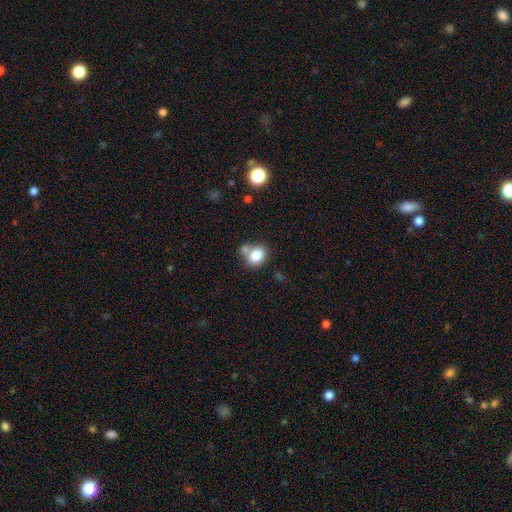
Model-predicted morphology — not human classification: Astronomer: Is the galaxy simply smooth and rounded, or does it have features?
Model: smooth — 83%.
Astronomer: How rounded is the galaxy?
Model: in between — 50% (runner-up: round, 49%).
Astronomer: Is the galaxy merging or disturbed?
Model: none — 54%.